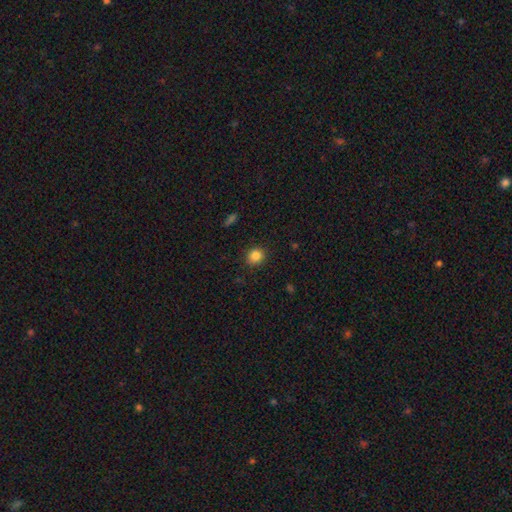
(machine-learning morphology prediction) Smooth or featured? Predicted: smooth (p=0.84). How rounded? Predicted: round (p=0.84). Merging? Predicted: none (p=0.90).